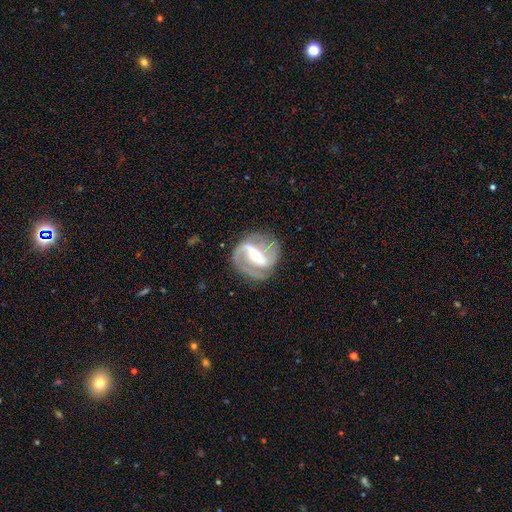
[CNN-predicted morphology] type=featured or disk (88%); edge-on=no (97%); bar=strong (61%); spiral arms=yes (95%); winding=medium (49%); arm count=2 (83%); bulge=small (54%); merging=none (76%).